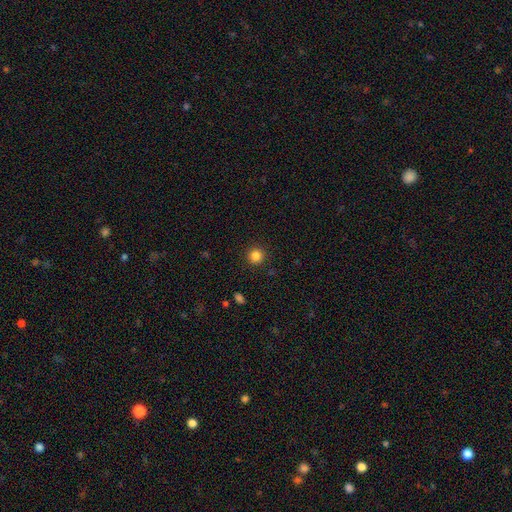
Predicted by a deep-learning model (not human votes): Q: Smooth or featured?
A: smooth (83%); runner-up: star or artifact (12%)
Q: How rounded?
A: round (95%); runner-up: in between (4%)
Q: Merging?
A: none (92%); runner-up: minor disturbance (5%)